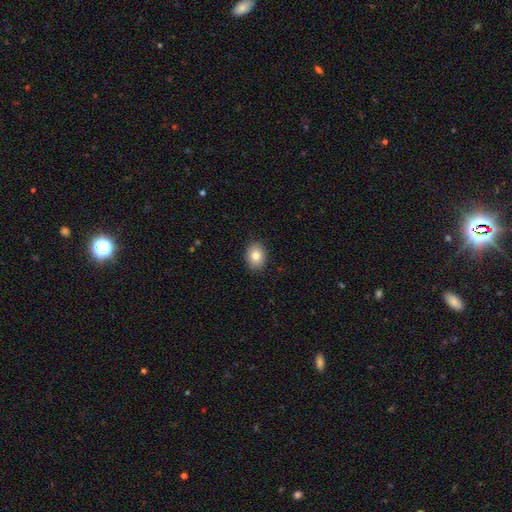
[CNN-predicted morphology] smooth-or-featured: smooth: 83% | star or artifact: 9% | featured or disk: 8%
  how-rounded: in between: 61% | round: 38% | cigar-shaped: 1%
  merging: none: 89% | minor disturbance: 8% | major disturbance: 2% | merger: 1%